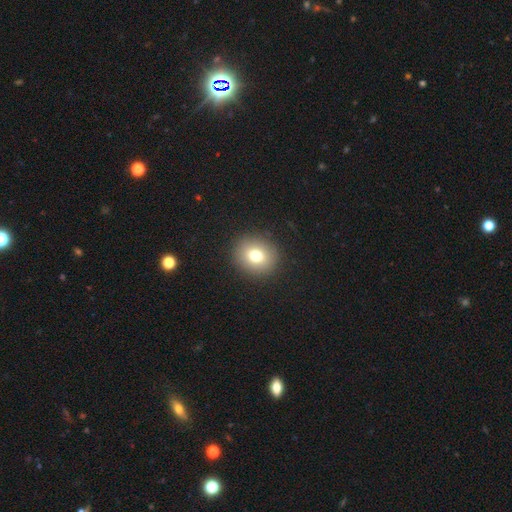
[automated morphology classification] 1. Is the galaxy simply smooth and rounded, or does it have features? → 75% smooth, 13% star or artifact, 12% featured or disk.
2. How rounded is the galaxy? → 81% round, 18% in between, 1% cigar-shaped.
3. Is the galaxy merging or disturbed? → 91% none, 6% minor disturbance, 2% major disturbance, 1% merger.